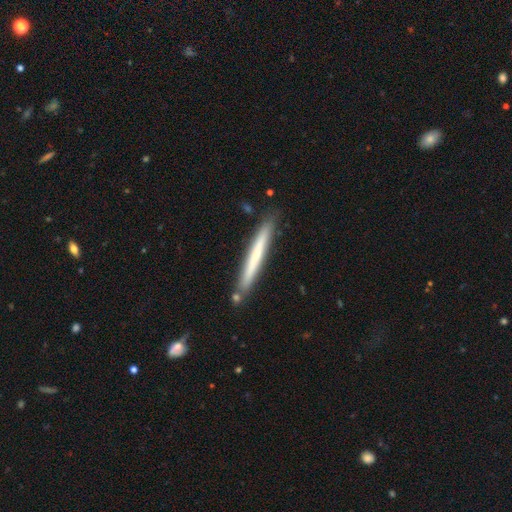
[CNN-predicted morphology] This is possibly a smooth galaxy (55%). How rounded: clearly cigar-shaped (97%). Merging: clearly none (85%).